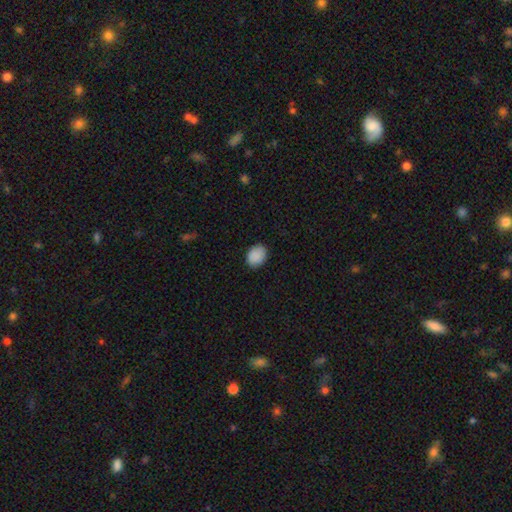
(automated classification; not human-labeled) smooth_or_featured: smooth (p=0.89) [alt: star or artifact p=0.08]
how_rounded: in between (p=0.55) [alt: round p=0.44]
merging: none (p=0.86) [alt: minor disturbance p=0.11]